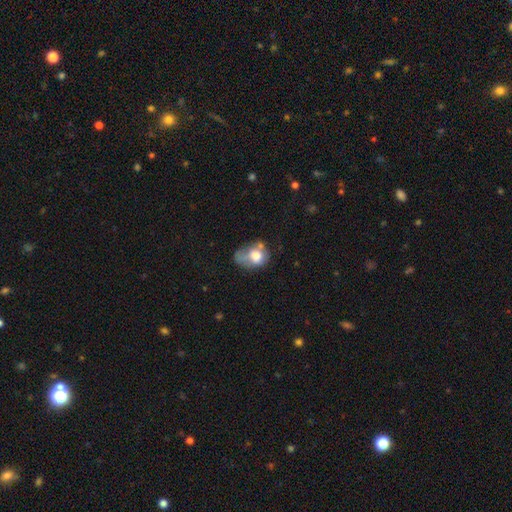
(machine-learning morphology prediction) This appears to be a smooth galaxy with no disk features (67%) that is in between round and cigar-shaped (55%). Merging: major disturbance (30%).